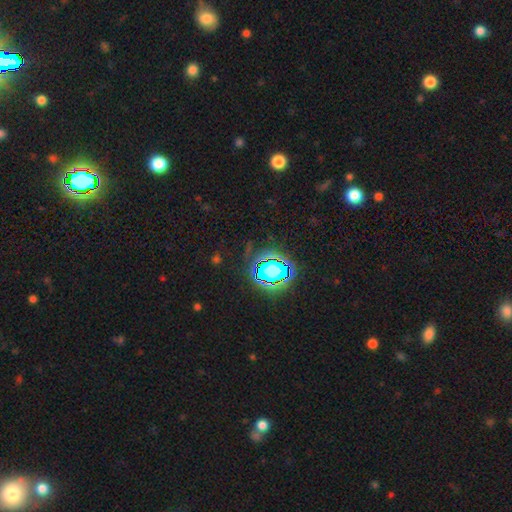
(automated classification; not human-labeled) smooth_or_featured: star or artifact (p=0.77) [alt: smooth p=0.15]